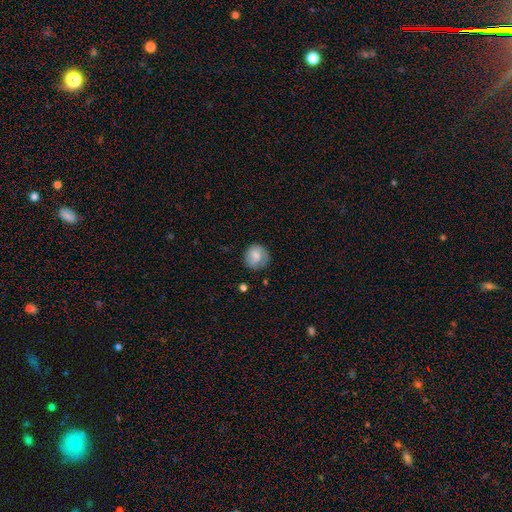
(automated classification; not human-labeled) Morphology: type=smooth (73%); roundness=round (87%); merging=none (71%).